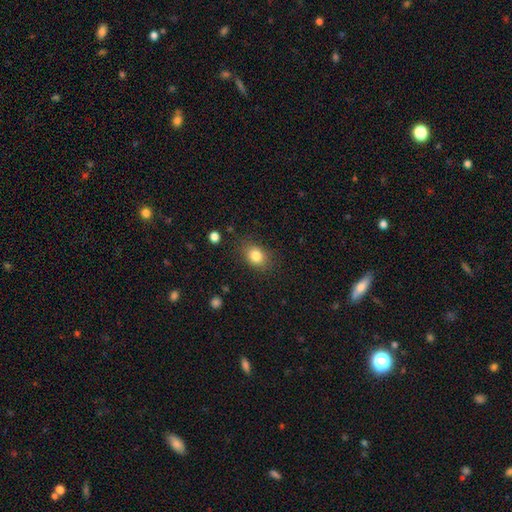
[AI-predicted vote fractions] This appears to be a smooth galaxy with no disk features (83%) that is in between round and cigar-shaped (62%). Merging: none (80%).